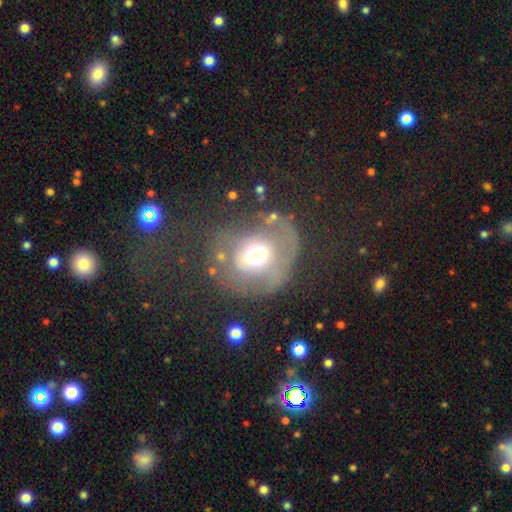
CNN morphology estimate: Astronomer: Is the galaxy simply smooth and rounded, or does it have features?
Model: smooth — 48% (runner-up: featured or disk, 40%).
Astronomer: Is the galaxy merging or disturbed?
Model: none — 44% (runner-up: major disturbance, 30%).